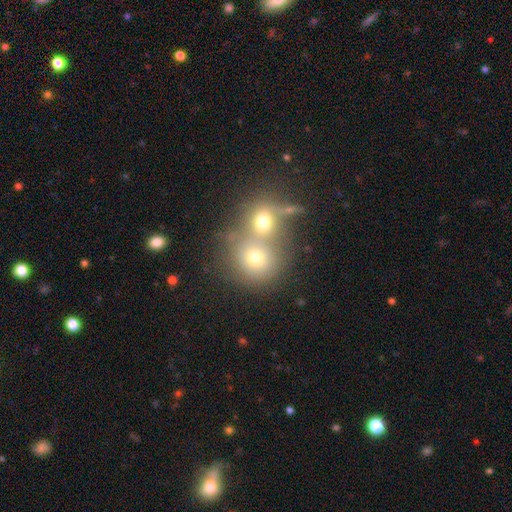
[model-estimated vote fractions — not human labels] Overall: smooth (65%). How rounded: round (82%). Merging: merger (57%; none 33%).